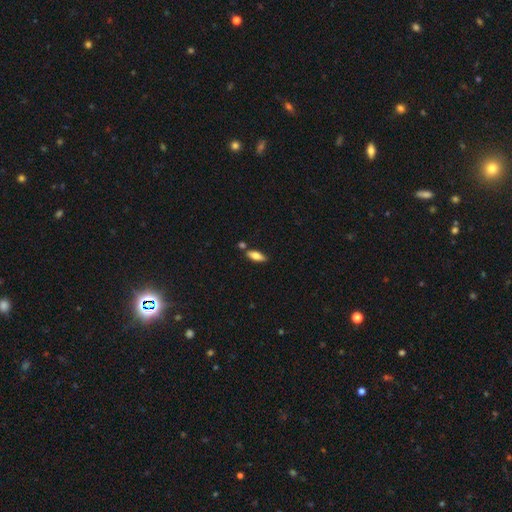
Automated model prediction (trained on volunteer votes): smooth_or_featured: smooth (p=0.75) [alt: featured or disk p=0.18]
how_rounded: in between (p=0.71) [alt: cigar-shaped p=0.27]
merging: none (p=0.75) [alt: minor disturbance p=0.13]